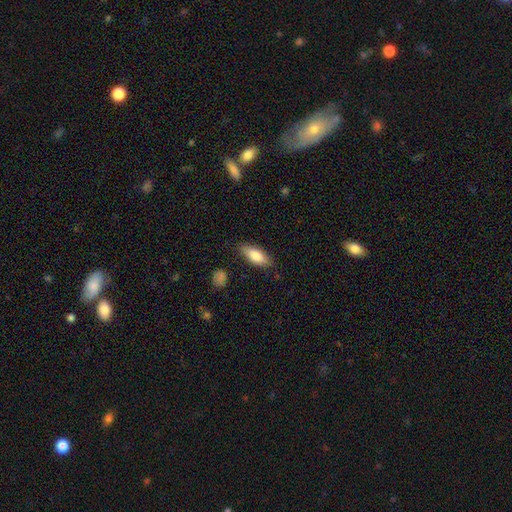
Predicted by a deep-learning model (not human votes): Overall: smooth (81%). How rounded: in between (78%). Merging: none (83%).